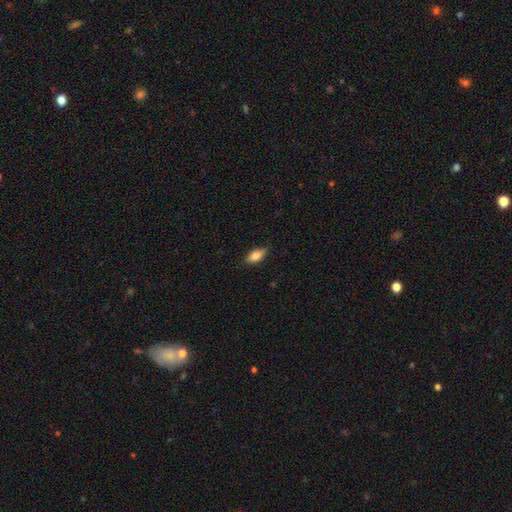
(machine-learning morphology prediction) smooth_or_featured: smooth (p=0.75) [alt: featured or disk p=0.18]
how_rounded: in between (p=0.84) [alt: cigar-shaped p=0.12]
merging: none (p=0.82) [alt: minor disturbance p=0.15]